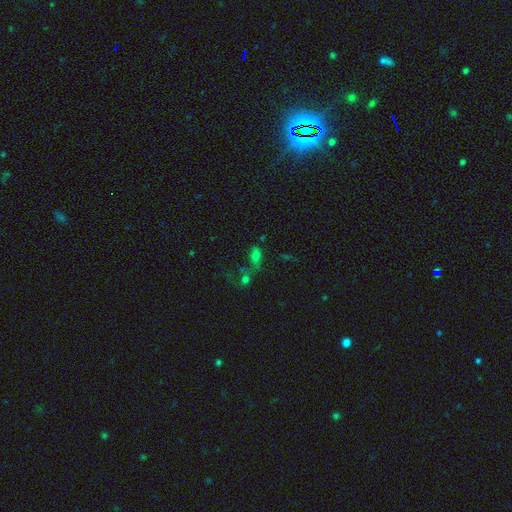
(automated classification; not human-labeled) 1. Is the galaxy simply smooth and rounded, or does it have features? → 62% smooth, 23% star or artifact, 15% featured or disk.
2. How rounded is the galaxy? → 75% in between, 17% round, 8% cigar-shaped.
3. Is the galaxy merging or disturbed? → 36% merger, 35% none, 15% major disturbance, 14% minor disturbance.